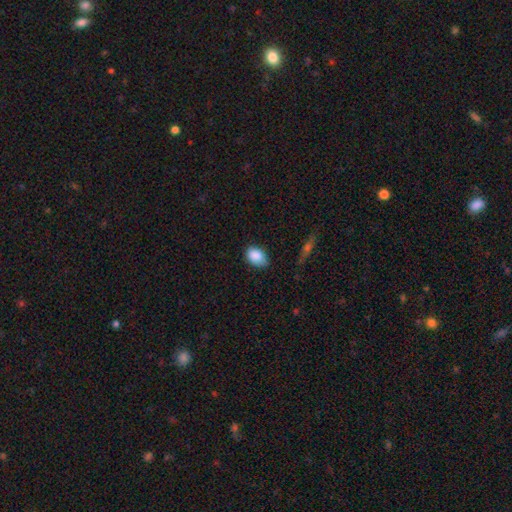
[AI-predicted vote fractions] A smooth galaxy with no disk features (87%) that is in between round and cigar-shaped (81%). Merging: none (69%).